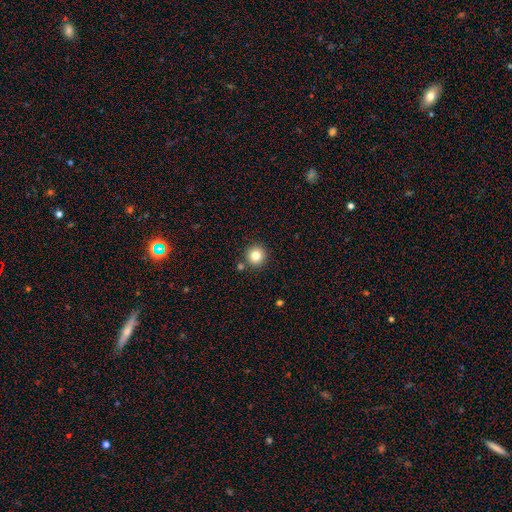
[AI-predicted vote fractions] Q: Smooth or featured?
A: smooth (82%); runner-up: star or artifact (11%)
Q: How rounded?
A: round (95%); runner-up: in between (4%)
Q: Merging?
A: none (86%); runner-up: minor disturbance (6%)